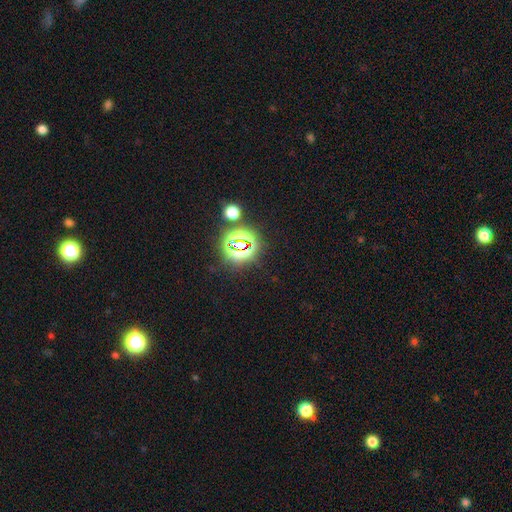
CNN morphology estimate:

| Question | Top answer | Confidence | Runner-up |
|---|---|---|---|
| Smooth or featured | star or artifact | 78% | smooth (15%) |